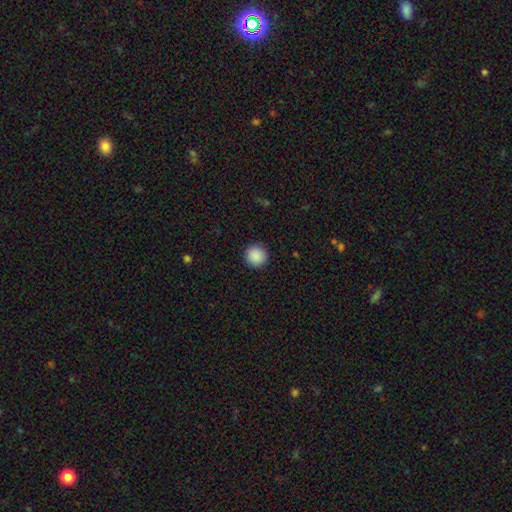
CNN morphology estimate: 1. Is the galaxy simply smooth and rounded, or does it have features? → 89% smooth, 8% star or artifact, 3% featured or disk.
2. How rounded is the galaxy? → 95% round, 4% in between, 1% cigar-shaped.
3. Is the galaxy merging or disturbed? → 92% none, 5% minor disturbance, 2% major disturbance, 1% merger.